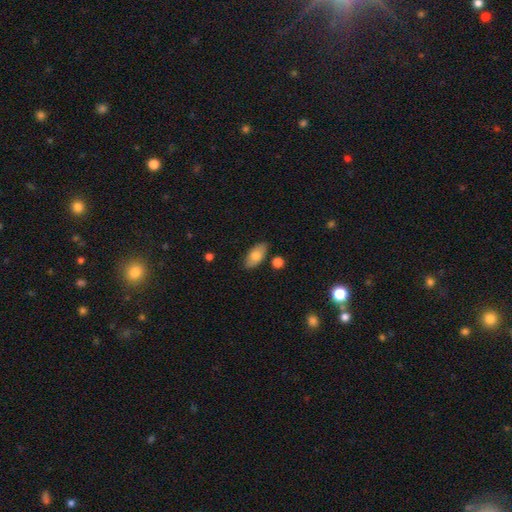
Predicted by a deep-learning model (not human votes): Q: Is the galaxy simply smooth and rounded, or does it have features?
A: smooth — 75%.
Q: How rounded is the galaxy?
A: in between — 91%.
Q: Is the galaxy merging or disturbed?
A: none — 84%.